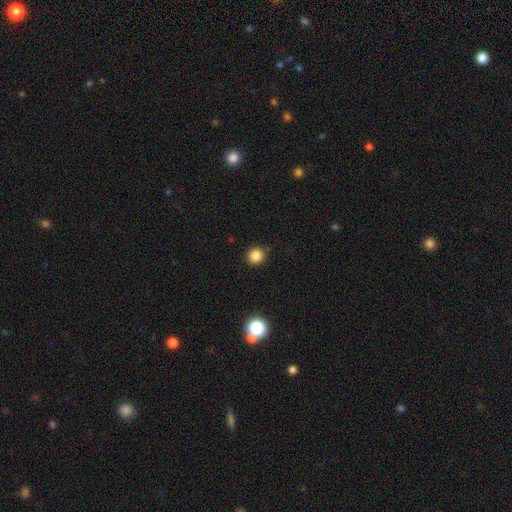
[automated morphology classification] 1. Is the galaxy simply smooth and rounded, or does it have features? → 84% smooth, 12% star or artifact, 3% featured or disk.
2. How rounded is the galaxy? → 91% round, 8% in between, 1% cigar-shaped.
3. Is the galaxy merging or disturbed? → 88% none, 8% minor disturbance, 2% major disturbance, 1% merger.